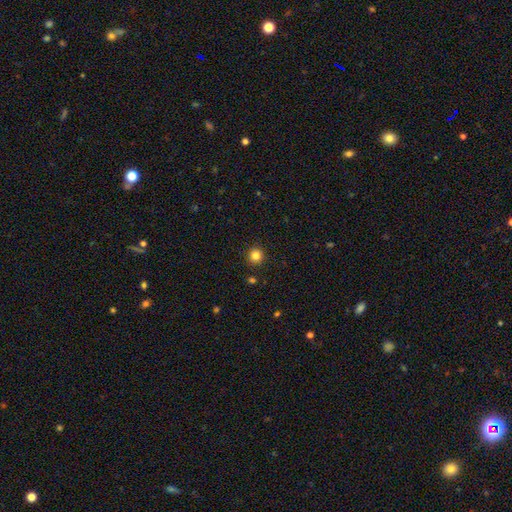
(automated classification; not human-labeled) Morphology: type=smooth (82%); roundness=round (94%); merging=none (92%).